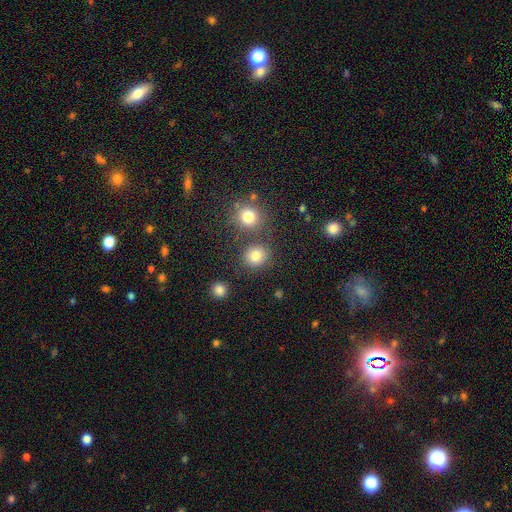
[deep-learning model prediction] Smooth or featured? smooth (80%)
How rounded? round (84%)
Merging? none (77%)